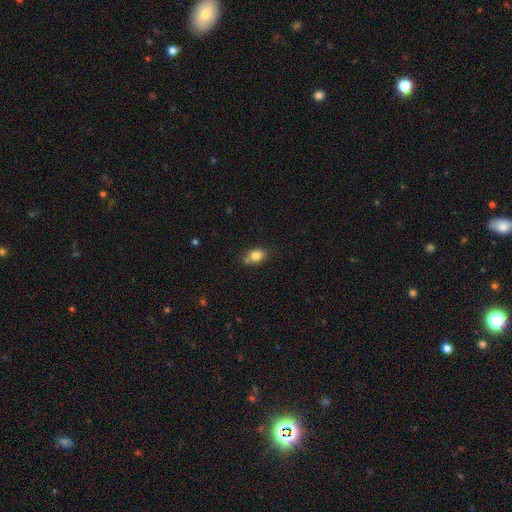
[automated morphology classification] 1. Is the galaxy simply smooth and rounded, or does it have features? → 81% smooth, 10% star or artifact, 9% featured or disk.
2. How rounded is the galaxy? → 70% in between, 28% round, 2% cigar-shaped.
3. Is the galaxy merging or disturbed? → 65% none, 18% minor disturbance, 13% merger, 4% major disturbance.